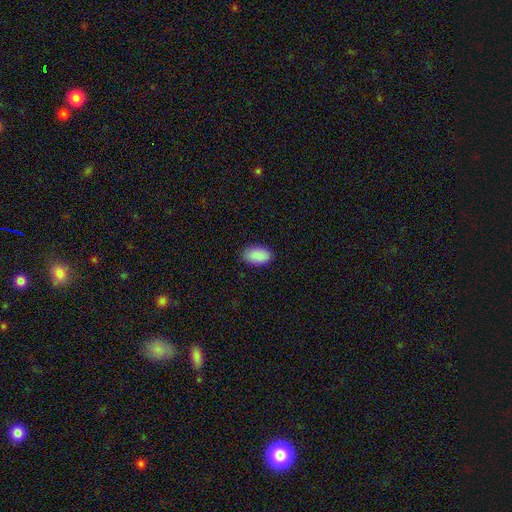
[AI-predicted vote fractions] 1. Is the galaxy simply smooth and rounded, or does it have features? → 91% smooth, 6% star or artifact, 3% featured or disk.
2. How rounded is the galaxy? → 94% in between, 4% round, 1% cigar-shaped.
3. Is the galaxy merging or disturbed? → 85% none, 12% minor disturbance, 2% major disturbance, 1% merger.